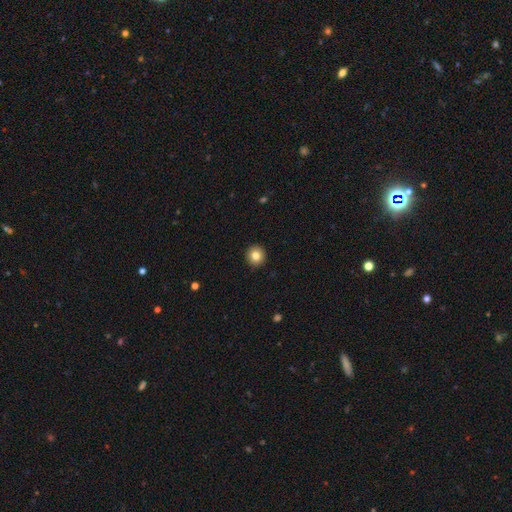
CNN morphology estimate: This is clearly a smooth galaxy (83%). How rounded: clearly round (95%). Merging: clearly none (93%).